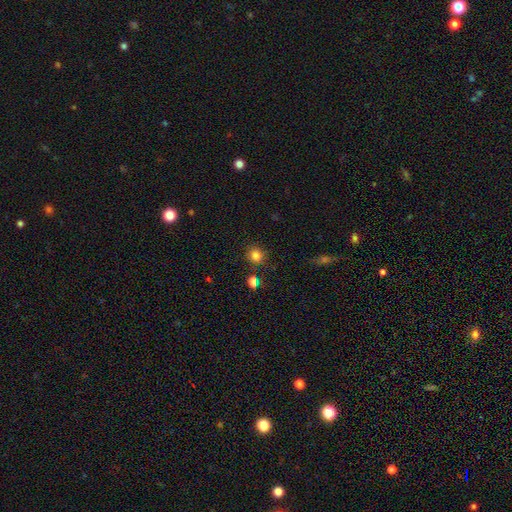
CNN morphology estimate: A smooth galaxy with no disk features (81%) that is round (85%).

Vote fractions:
- Smooth or featured? smooth: 81% / star or artifact: 14% / featured or disk: 5%
- How rounded? round: 85% / in between: 14% / cigar-shaped: 1%
- Merging? none: 84% / minor disturbance: 9% / merger: 4% / major disturbance: 3%